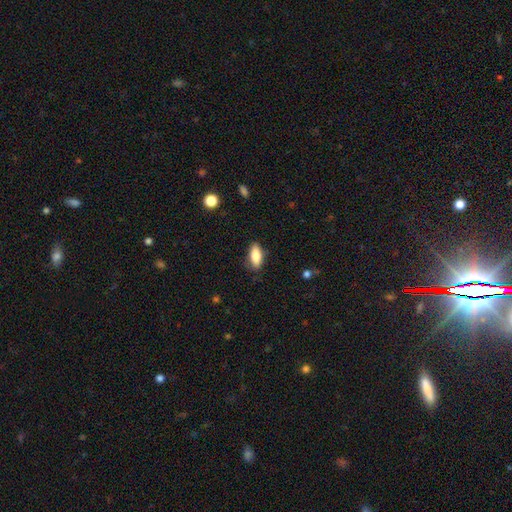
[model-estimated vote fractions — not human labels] The model was most divided on "how rounded": in between: 80%, cigar-shaped: 17%, round: 3%. More confident: smooth or featured — smooth (81%); merging — none (81%).